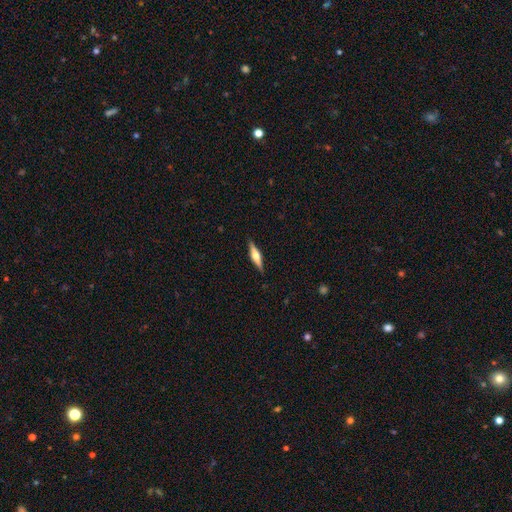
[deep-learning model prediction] Smooth or featured? Predicted: featured or disk (p=0.67). Edge-on disk? Predicted: yes (p=0.97). Edge-on bulge? Predicted: rounded (p=0.93). Merging? Predicted: none (p=0.90).